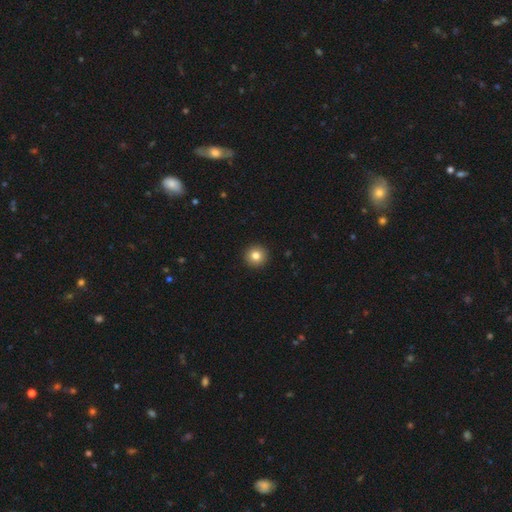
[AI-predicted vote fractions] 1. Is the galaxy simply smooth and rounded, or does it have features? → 82% smooth, 10% star or artifact, 8% featured or disk.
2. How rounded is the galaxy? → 95% round, 4% in between, 1% cigar-shaped.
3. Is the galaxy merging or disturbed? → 93% none, 4% minor disturbance, 1% major disturbance, 1% merger.